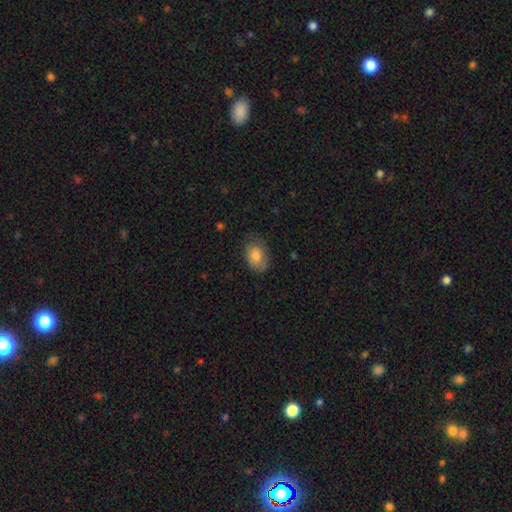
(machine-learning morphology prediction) smooth-or-featured: smooth: 81% | featured or disk: 11% | star or artifact: 8%
  how-rounded: in between: 81% | round: 18% | cigar-shaped: 1%
  merging: none: 67% | minor disturbance: 25% | major disturbance: 7% | merger: 1%